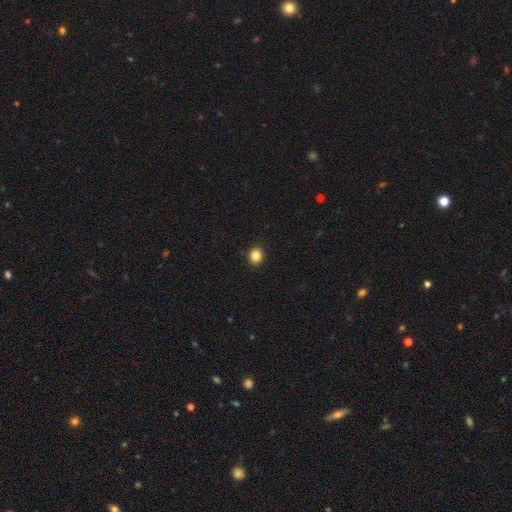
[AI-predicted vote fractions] A smooth galaxy with no disk features (85%) that is round (83%). Merging: none (92%).